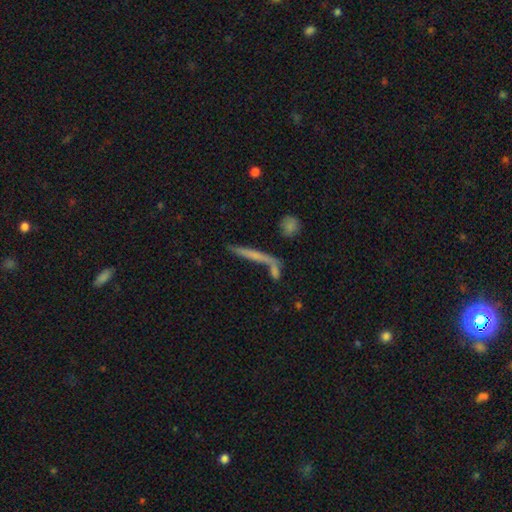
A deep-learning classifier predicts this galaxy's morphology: A smooth galaxy with no disk features (48%). Merging: none (60%).